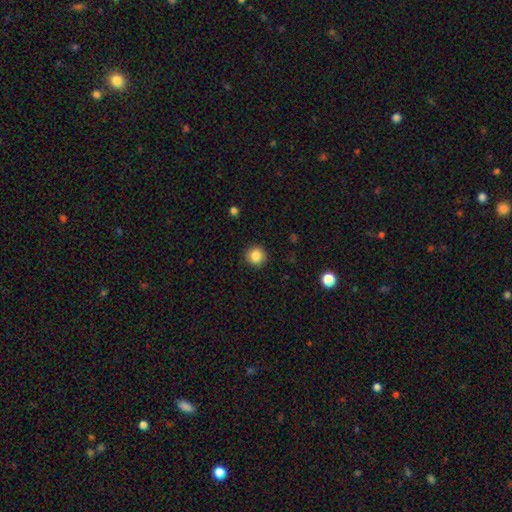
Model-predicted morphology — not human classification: A smooth galaxy with no disk features (86%) that is round (94%).

Vote fractions:
- Smooth or featured? smooth: 86% / star or artifact: 10% / featured or disk: 5%
- How rounded? round: 94% / in between: 5% / cigar-shaped: 1%
- Merging? none: 91% / minor disturbance: 6% / major disturbance: 2% / merger: 1%